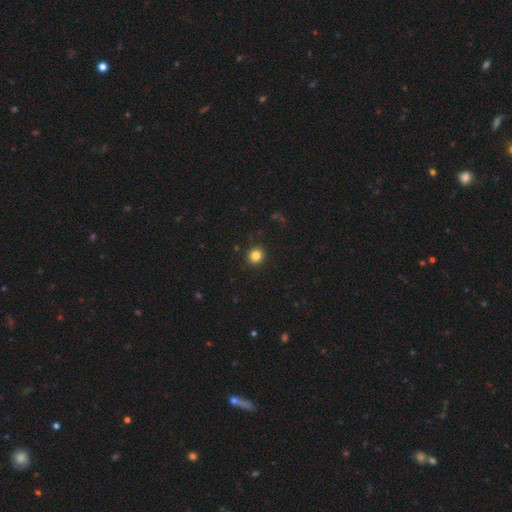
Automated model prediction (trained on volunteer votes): Smooth or featured?
  - smooth: 84% *
  - star or artifact: 11%
  - featured or disk: 5%
How rounded?
  - round: 89% *
  - in between: 10%
  - cigar-shaped: 1%
Merging?
  - none: 92% *
  - minor disturbance: 5%
  - major disturbance: 2%
  - merger: 1%